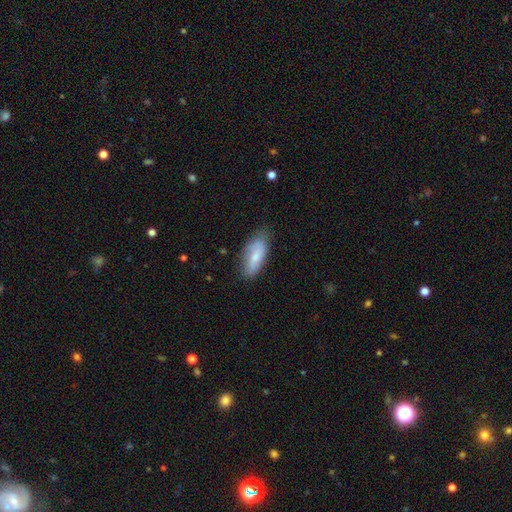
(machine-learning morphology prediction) smooth_or_featured: smooth (p=0.64) [alt: featured or disk p=0.29]
how_rounded: in between (p=0.81) [alt: cigar-shaped p=0.17]
merging: none (p=0.65) [alt: minor disturbance p=0.27]